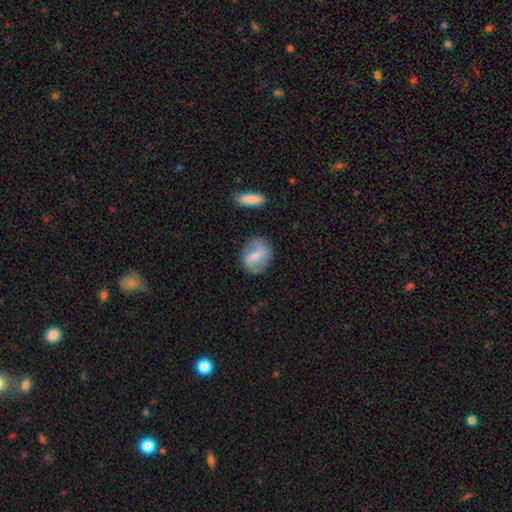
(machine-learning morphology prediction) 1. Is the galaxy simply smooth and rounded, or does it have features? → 52% smooth, 41% featured or disk, 7% star or artifact.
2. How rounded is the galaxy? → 50% in between, 48% round, 3% cigar-shaped.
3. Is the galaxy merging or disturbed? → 72% none, 18% minor disturbance, 7% major disturbance, 3% merger.